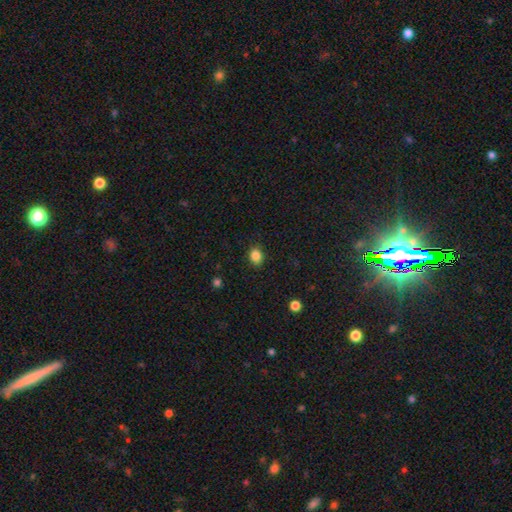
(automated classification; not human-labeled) Morphology: type=smooth (85%); roundness=in between (52%); merging=none (88%).